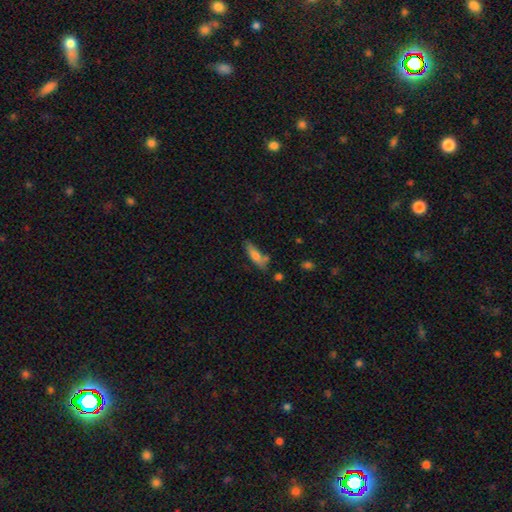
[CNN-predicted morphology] smooth_or_featured: smooth (p=0.71) [alt: featured or disk p=0.21]
how_rounded: cigar-shaped (p=0.59) [alt: in between p=0.39]
merging: none (p=0.58) [alt: minor disturbance p=0.23]